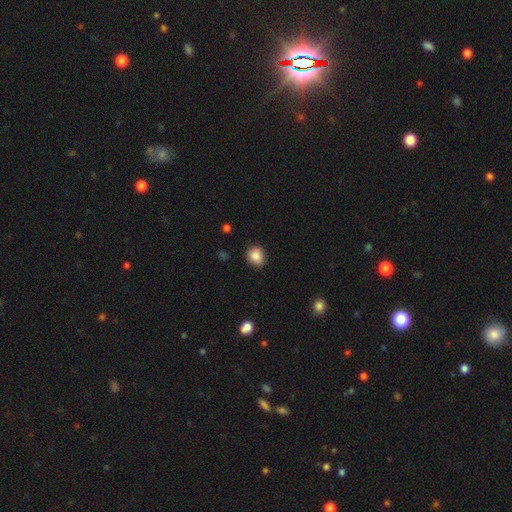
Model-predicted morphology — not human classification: The model was most divided on "how rounded": round: 66%, in between: 33%, cigar-shaped: 1%. More confident: smooth or featured — smooth (87%); merging — none (85%).